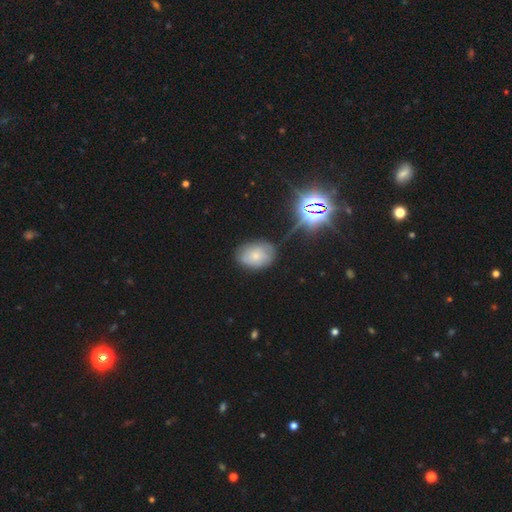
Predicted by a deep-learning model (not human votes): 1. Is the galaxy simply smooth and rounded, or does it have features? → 65% smooth, 21% featured or disk, 14% star or artifact.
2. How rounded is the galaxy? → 80% in between, 18% round, 1% cigar-shaped.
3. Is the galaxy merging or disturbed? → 74% none, 19% minor disturbance, 5% major disturbance, 2% merger.